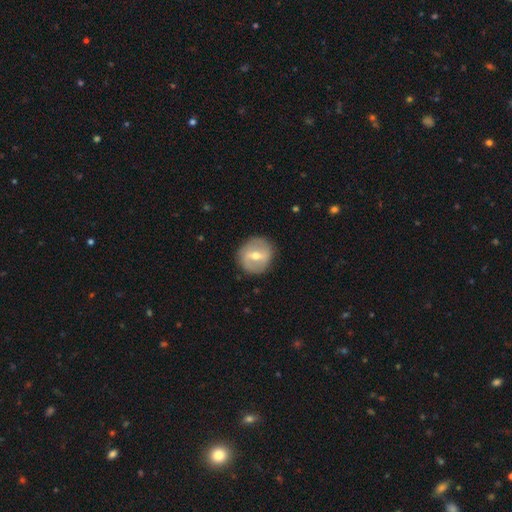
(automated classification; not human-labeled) A featured or disk galaxy (61%) with a weak bar (45%), no spiral arms (53%) and a moderate central bulge (72%). Merging: none (87%).